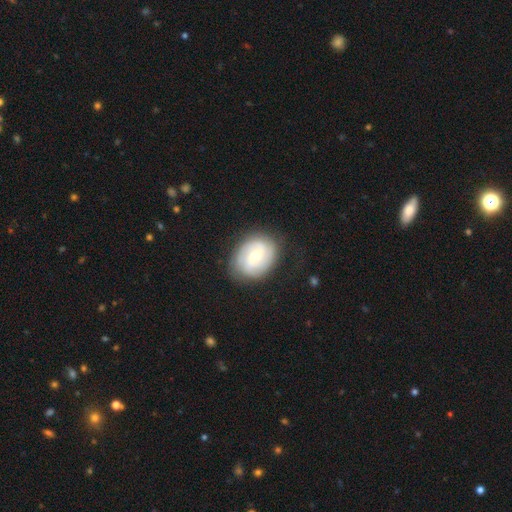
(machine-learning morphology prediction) Smooth or featured? featured or disk (71%)
Edge-on disk? no (97%)
Bar? no (52%)
Spiral arms? yes (91%)
Spiral winding? tight (56%)
Spiral arm count? 2 (40%)
Bulge size? moderate (58%)
Merging? none (80%)